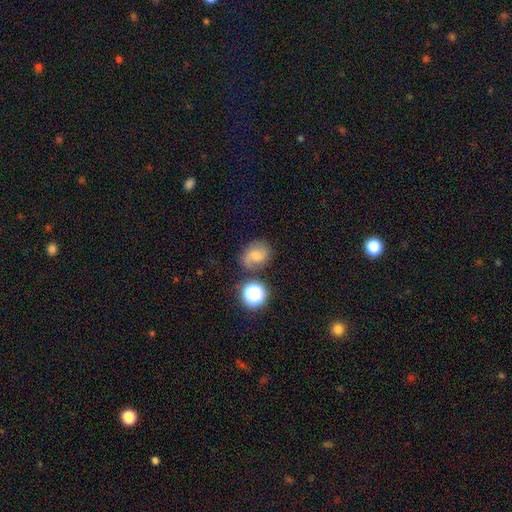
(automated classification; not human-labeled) This is marginally a smooth galaxy (42%). Merging: likely none (72%).